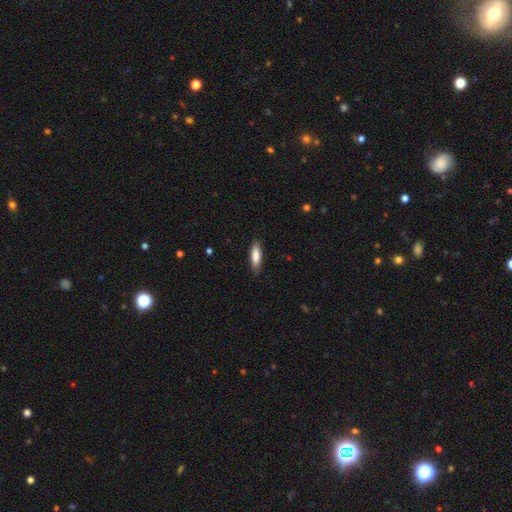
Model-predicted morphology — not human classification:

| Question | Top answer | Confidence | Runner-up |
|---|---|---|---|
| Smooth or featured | smooth | 84% | featured or disk (10%) |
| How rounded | cigar-shaped | 55% | in between (43%) |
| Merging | none | 85% | minor disturbance (11%) |